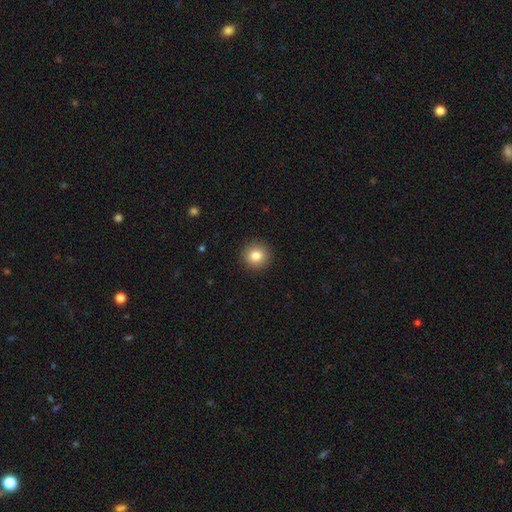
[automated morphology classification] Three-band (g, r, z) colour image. It shows a smooth galaxy with no disk features (83%) that is round (93%). Merging: none (92%).